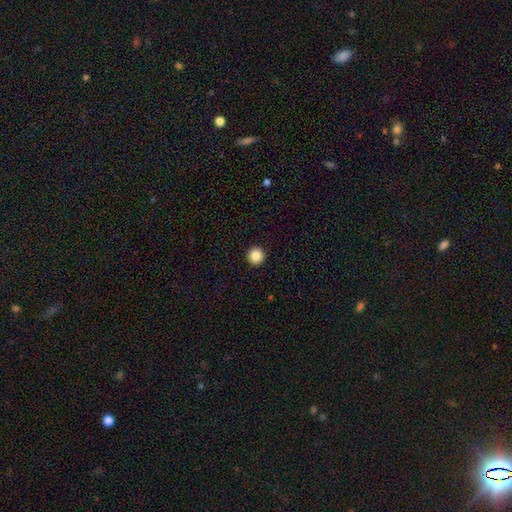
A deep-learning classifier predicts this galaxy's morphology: Smooth or featured?
  - smooth: 86% *
  - star or artifact: 10%
  - featured or disk: 4%
How rounded?
  - round: 96% *
  - in between: 3%
  - cigar-shaped: 1%
Merging?
  - none: 94% *
  - minor disturbance: 3%
  - major disturbance: 1%
  - merger: 1%